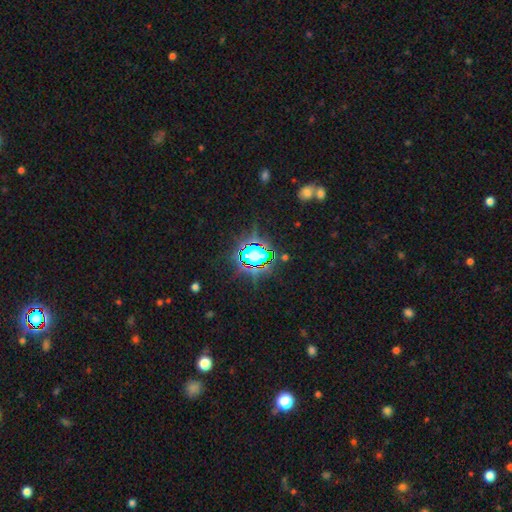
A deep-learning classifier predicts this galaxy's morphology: The model was most divided on "smooth or featured": star or artifact: 71%, smooth: 18%, featured or disk: 11%.